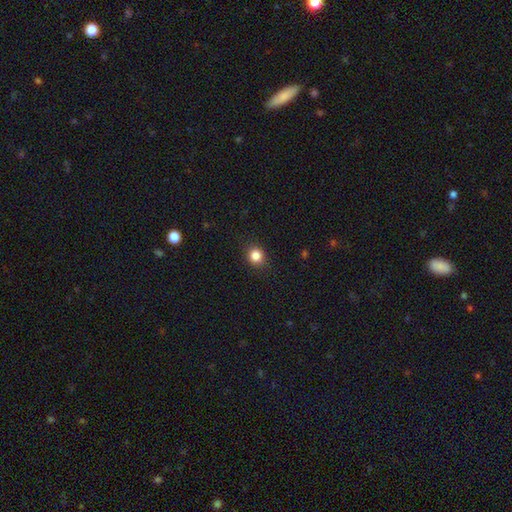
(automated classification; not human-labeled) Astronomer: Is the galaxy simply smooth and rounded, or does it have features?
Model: smooth — 84%.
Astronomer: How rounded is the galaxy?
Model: round — 81%.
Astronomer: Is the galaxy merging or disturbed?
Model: none — 88%.